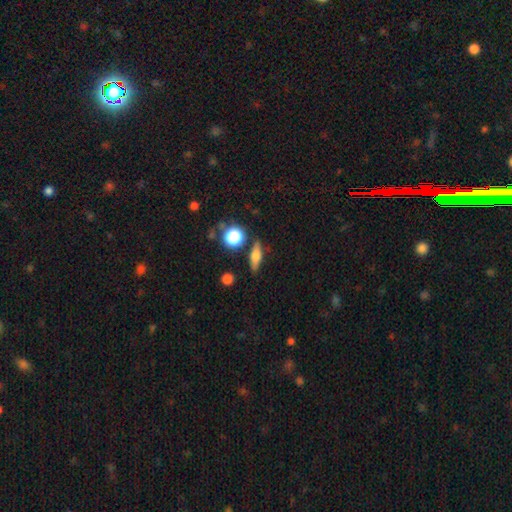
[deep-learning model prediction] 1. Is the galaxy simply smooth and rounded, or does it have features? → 55% smooth, 35% featured or disk, 10% star or artifact.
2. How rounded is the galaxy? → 42% in between (tied), 42% cigar-shaped (tied), 16% round.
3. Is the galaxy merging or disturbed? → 81% none, 12% minor disturbance, 4% merger, 3% major disturbance.